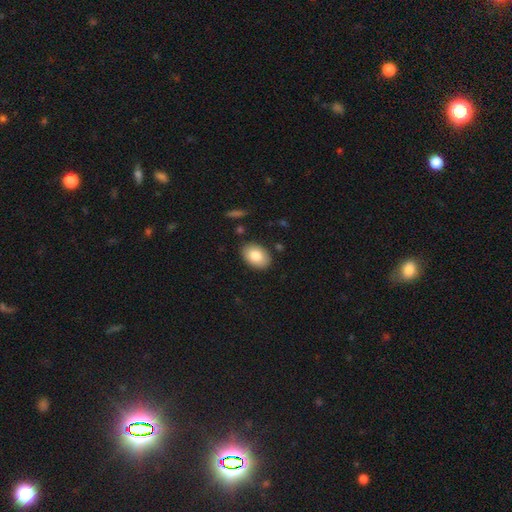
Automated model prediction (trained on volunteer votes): smooth-or-featured: smooth: 81% | featured or disk: 12% | star or artifact: 7%
  how-rounded: in between: 84% | round: 15% | cigar-shaped: 1%
  merging: none: 87% | minor disturbance: 9% | major disturbance: 2% | merger: 2%